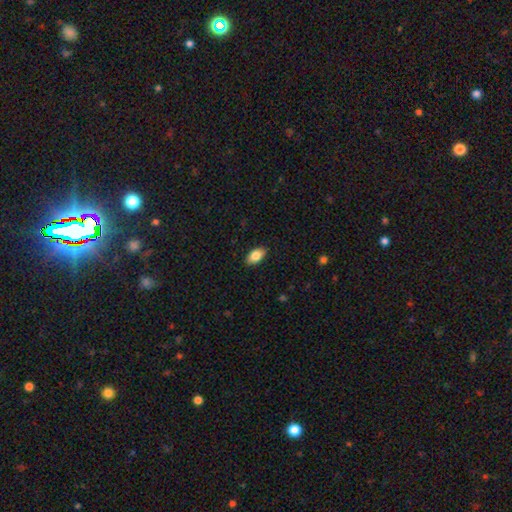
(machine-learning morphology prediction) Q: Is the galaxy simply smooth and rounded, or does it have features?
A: smooth — 83%.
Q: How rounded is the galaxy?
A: in between — 92%.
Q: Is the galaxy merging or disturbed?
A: none — 88%.